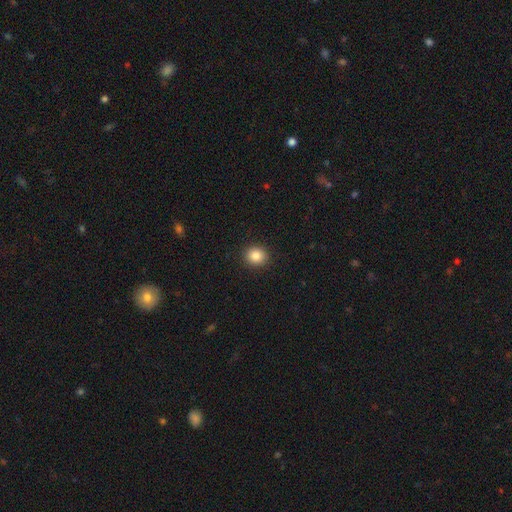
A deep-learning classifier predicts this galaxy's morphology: Smooth or featured?
  - smooth: 86% *
  - star or artifact: 10%
  - featured or disk: 5%
How rounded?
  - round: 77% *
  - in between: 22%
  - cigar-shaped: 1%
Merging?
  - none: 91% *
  - minor disturbance: 6%
  - major disturbance: 2%
  - merger: 1%